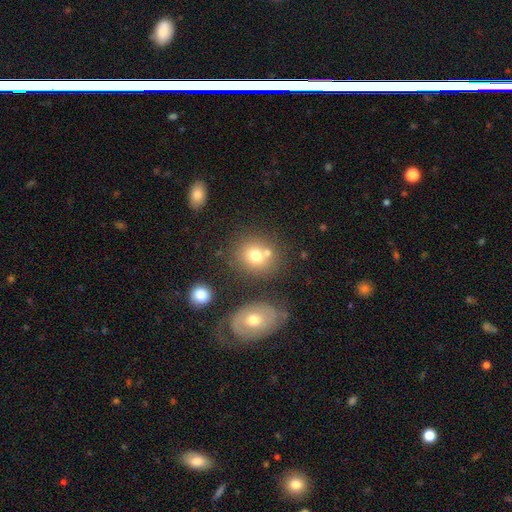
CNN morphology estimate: smooth_or_featured: smooth (p=0.72) [alt: featured or disk p=0.16]
how_rounded: round (p=0.74) [alt: in between p=0.25]
merging: none (p=0.58) [alt: merger p=0.26]